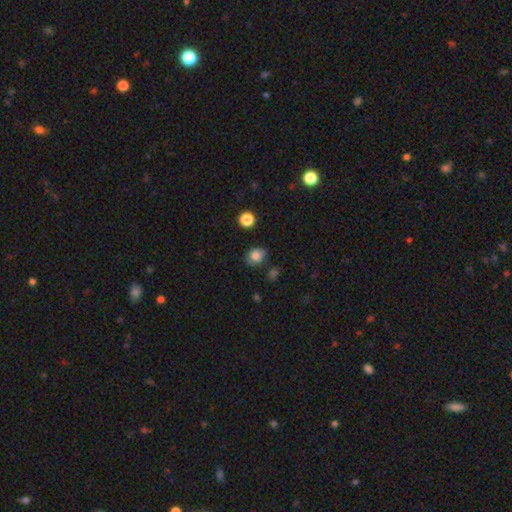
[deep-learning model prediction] smooth 79%, star or artifact 11%, featured or disk 10%. Down the decision tree: how rounded — round (63%); merging — none (73%).